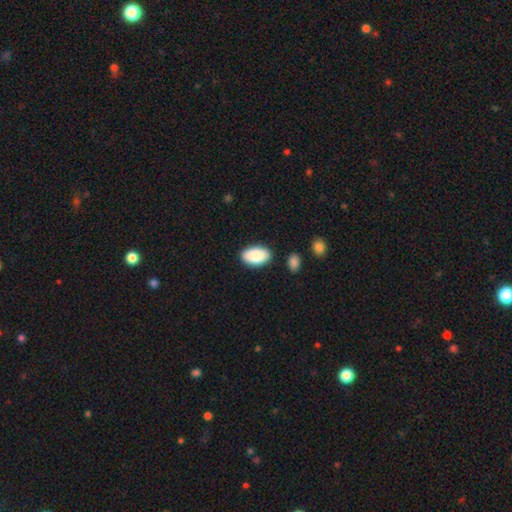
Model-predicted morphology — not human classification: type=smooth (90%); roundness=in between (95%); merging=none (85%).